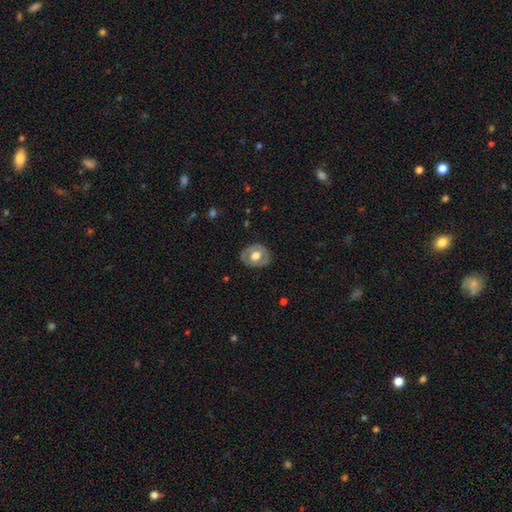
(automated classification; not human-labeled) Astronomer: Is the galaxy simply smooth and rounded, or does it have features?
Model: featured or disk — 48% (runner-up: smooth, 46%).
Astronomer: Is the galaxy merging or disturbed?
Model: none — 79%.